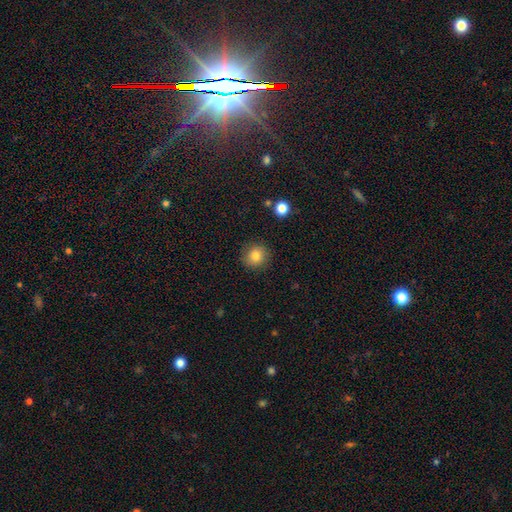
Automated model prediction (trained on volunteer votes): This is clearly a smooth galaxy (81%). How rounded: clearly round (90%). Merging: clearly none (89%).